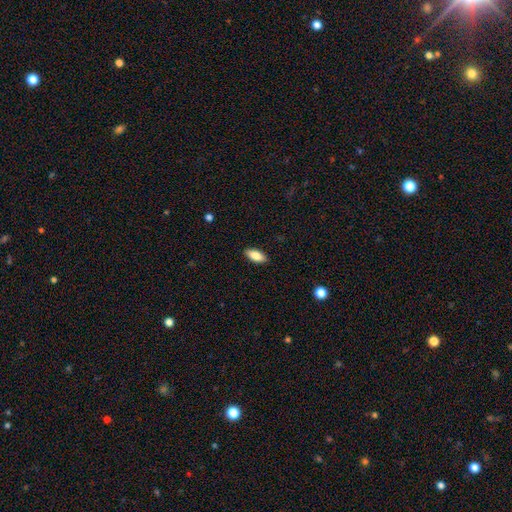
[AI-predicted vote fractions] smooth 84%, featured or disk 9%, star or artifact 7%. Down the decision tree: how rounded — in between (86%); merging — none (90%).